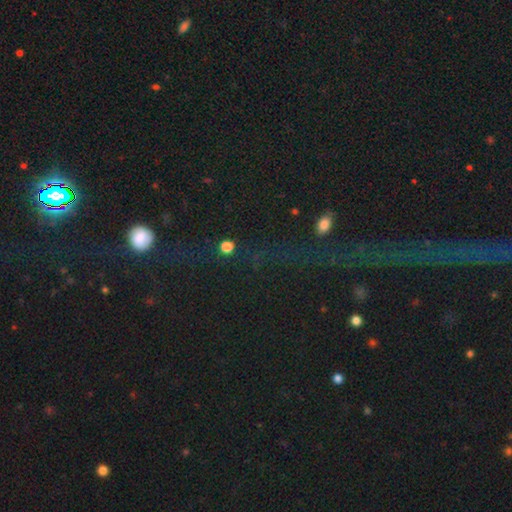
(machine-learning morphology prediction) This is likely a star or artifact rather than a galaxy (68%).